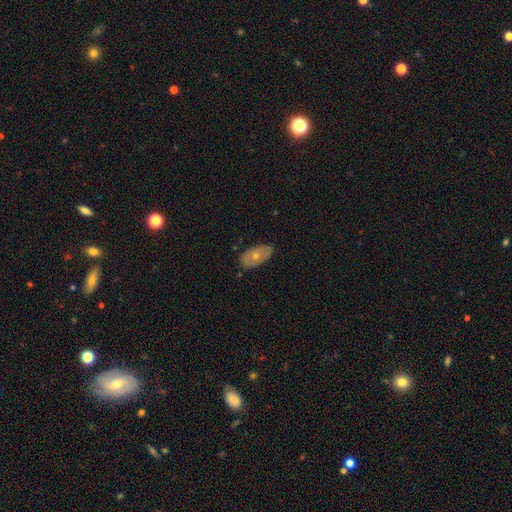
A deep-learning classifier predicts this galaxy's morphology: smooth 58%, featured or disk 35%, star or artifact 6%. Down the decision tree: how rounded — in between (92%); merging — none (80%).